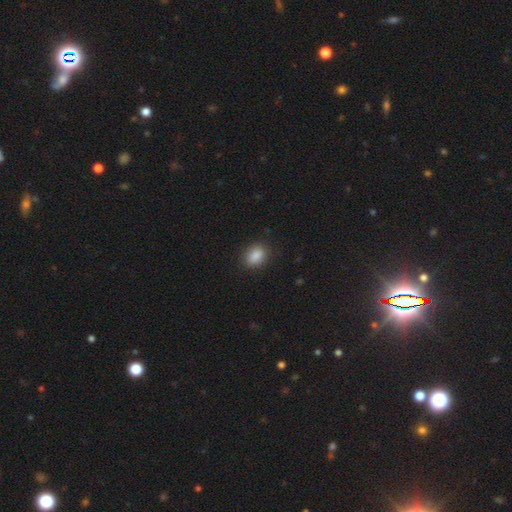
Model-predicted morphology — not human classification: This appears to be a smooth galaxy with no disk features (88%) that is in between round and cigar-shaped (65%). Merging: none (87%).